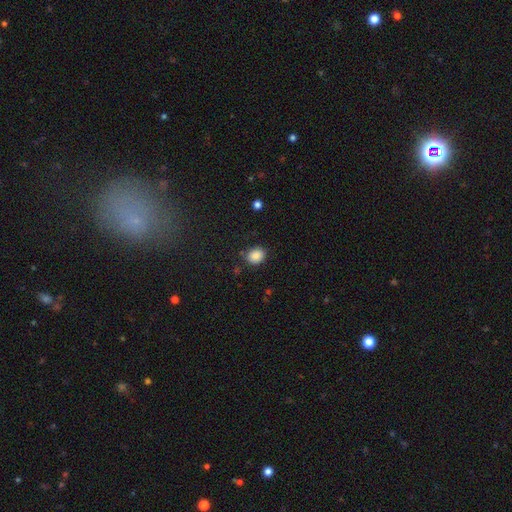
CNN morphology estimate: Smooth or featured?
  - smooth: 87% *
  - star or artifact: 9%
  - featured or disk: 4%
How rounded?
  - round: 53% *
  - in between: 46%
  - cigar-shaped: 1%
Merging?
  - none: 83% *
  - minor disturbance: 12%
  - major disturbance: 3%
  - merger: 2%